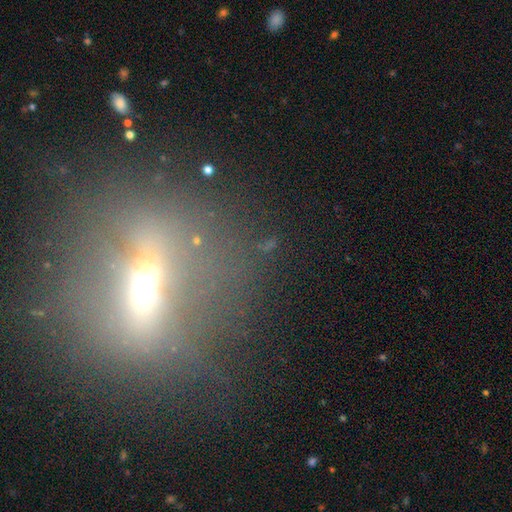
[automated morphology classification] smooth_or_featured: featured or disk (p=0.44) [alt: smooth p=0.29]
merging: none (p=0.72) [alt: minor disturbance p=0.12]